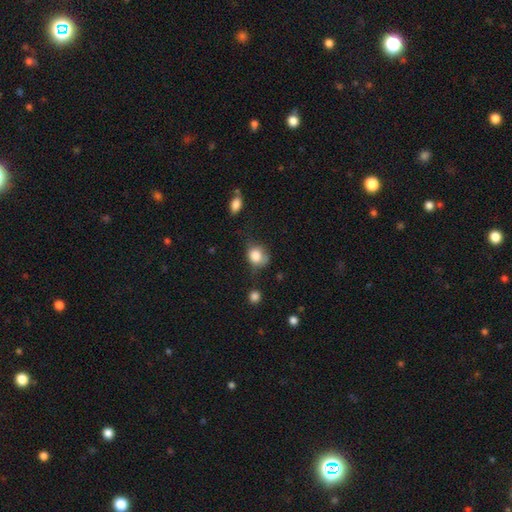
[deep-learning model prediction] Morphology: type=smooth (81%); roundness=round (62%); merging=none (43%).